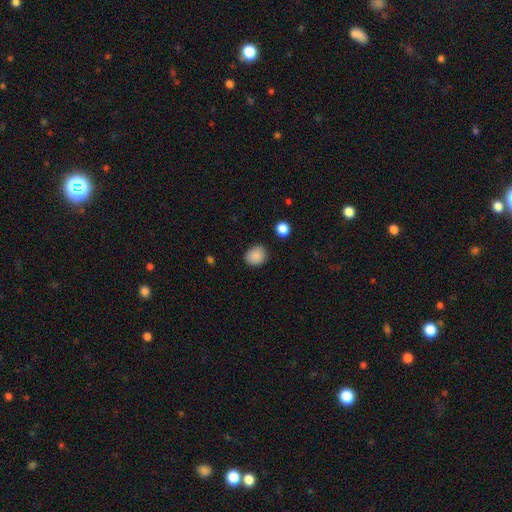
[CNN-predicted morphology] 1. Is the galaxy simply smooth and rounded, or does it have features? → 88% smooth, 9% star or artifact, 3% featured or disk.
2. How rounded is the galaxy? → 65% round, 34% in between, 1% cigar-shaped.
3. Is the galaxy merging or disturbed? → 87% none, 9% minor disturbance, 3% major disturbance, 2% merger.